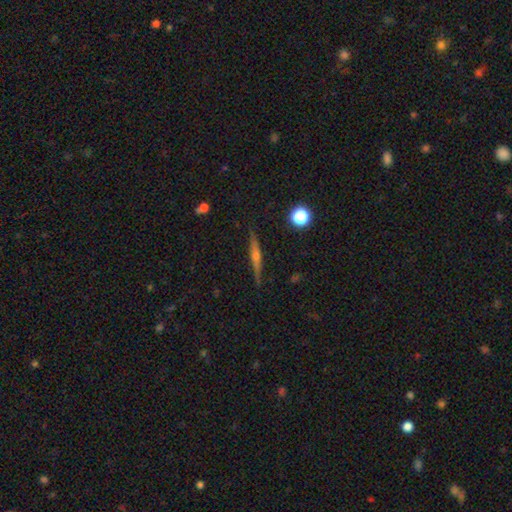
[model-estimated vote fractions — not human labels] The model was most divided on "smooth or featured": featured or disk: 68%, smooth: 22%, star or artifact: 10%. More confident: edge-on disk — yes (97%); merging — none (89%); edge-on bulge — rounded (78%).